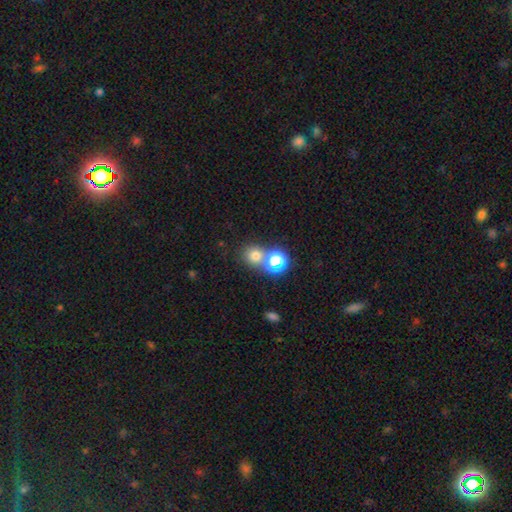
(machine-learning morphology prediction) This appears to be a smooth galaxy with no disk features (70%) that is round (84%). Merging: none (61%).